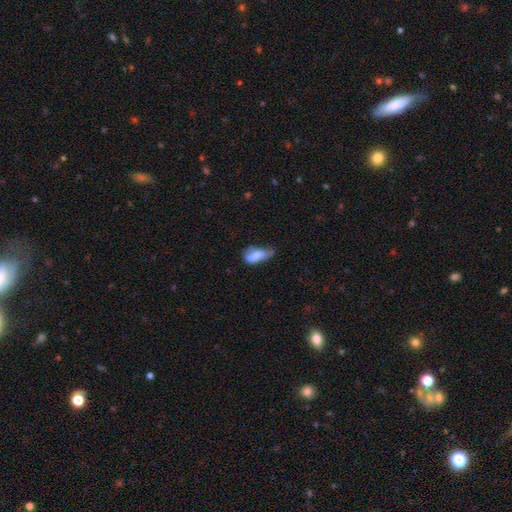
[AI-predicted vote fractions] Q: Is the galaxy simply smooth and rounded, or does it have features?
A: smooth — 74%.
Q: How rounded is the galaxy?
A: in between — 83%.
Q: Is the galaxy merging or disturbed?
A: minor disturbance — 40%.